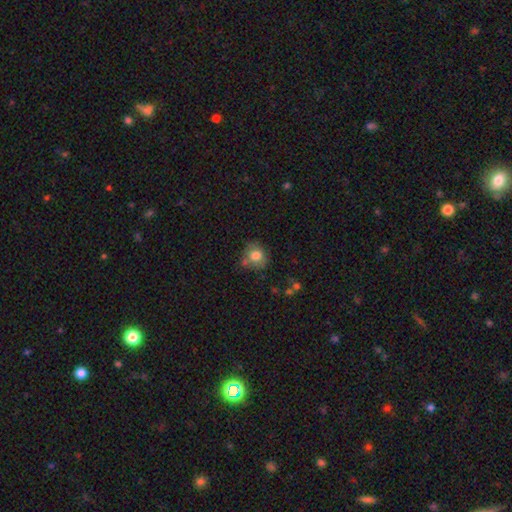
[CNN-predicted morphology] Smooth or featured: smooth — 78% (featured or disk — 13%)
How rounded: round — 75% (in between — 24%)
Merging: none — 59% (minor disturbance — 23%)